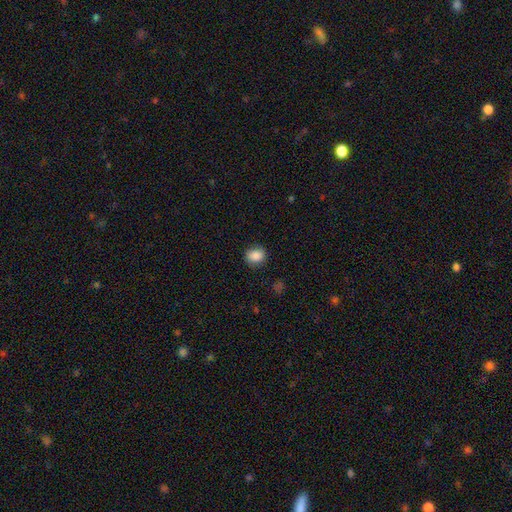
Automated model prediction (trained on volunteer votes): Overall: smooth (87%). How rounded: round (65%; in between 34%). Merging: none (86%).